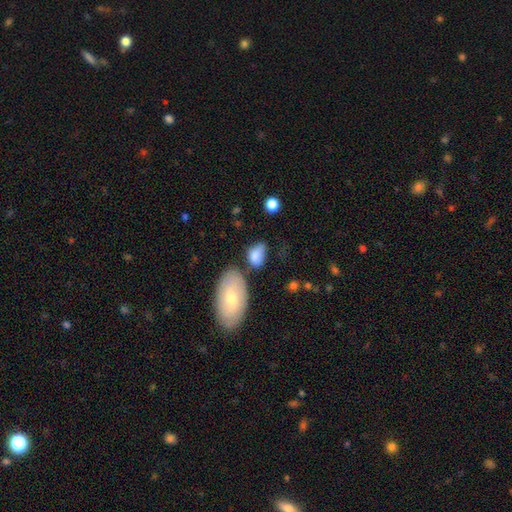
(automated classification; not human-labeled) smooth 82%, featured or disk 11%, star or artifact 7%. Down the decision tree: how rounded — in between (86%); merging — none (47%).